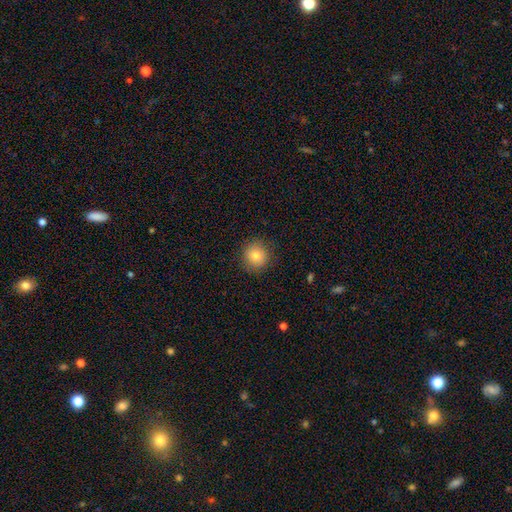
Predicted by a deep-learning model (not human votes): This is clearly a smooth galaxy (81%). How rounded: clearly round (92%). Merging: clearly none (88%).